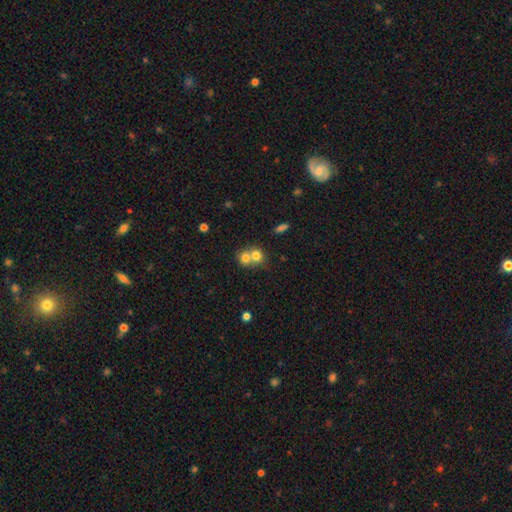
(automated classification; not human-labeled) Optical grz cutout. It shows a smooth galaxy with no disk features (74%) that is round (78%). Merging: merger (63%).